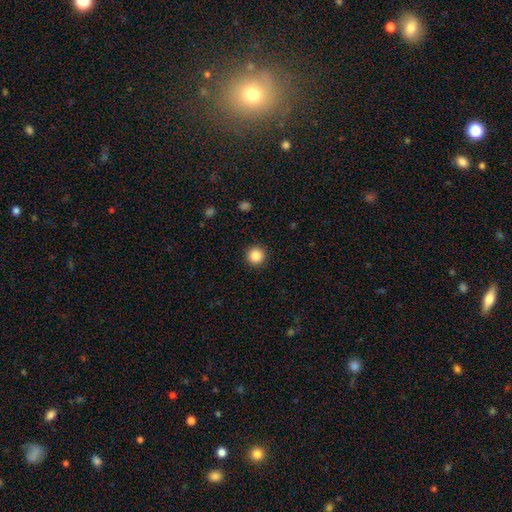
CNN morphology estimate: Q: Smooth or featured?
A: smooth (86%); runner-up: star or artifact (10%)
Q: How rounded?
A: round (96%); runner-up: in between (3%)
Q: Merging?
A: none (93%); runner-up: minor disturbance (4%)